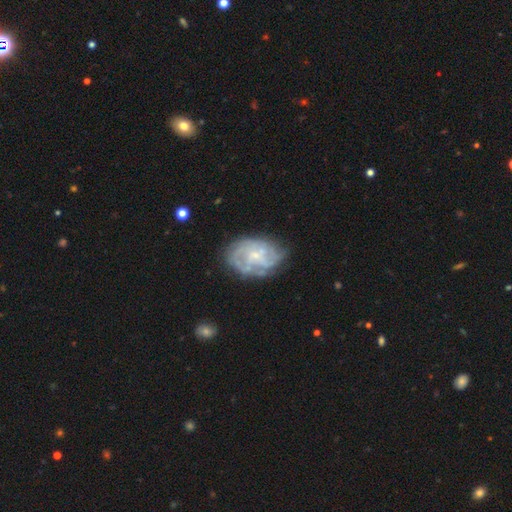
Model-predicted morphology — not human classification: The model was most divided on "spiral winding": tight: 49%, medium: 35%, loose: 16%. Remaining: edge-on disk — no (97%); spiral arms — yes (79%); smooth or featured — featured or disk (74%); bulge size — small (67%); merging — none (63%); bar — no (62%); spiral arm count — can't tell (47%).